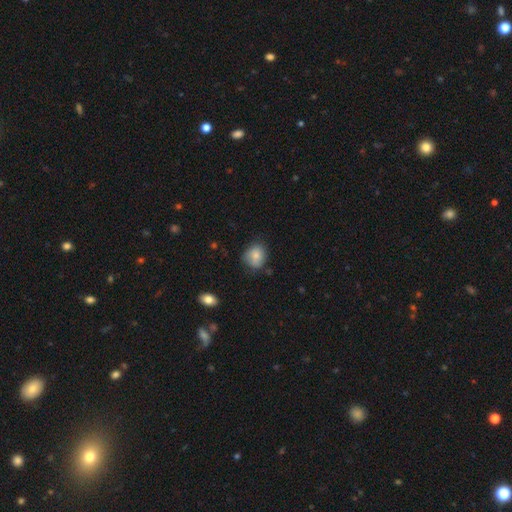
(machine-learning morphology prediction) A smooth galaxy with no disk features (79%) that is round (64%).

Vote fractions:
- Smooth or featured? smooth: 79% / featured or disk: 12% / star or artifact: 9%
- How rounded? round: 64% / in between: 35% / cigar-shaped: 1%
- Merging? none: 66% / minor disturbance: 26% / major disturbance: 5% / merger: 3%